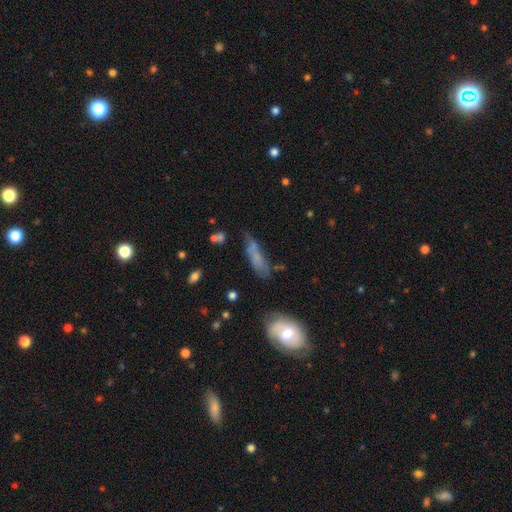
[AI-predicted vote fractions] Overall: smooth (59%; featured or disk 30%). How rounded: cigar-shaped (57%; in between 39%). Merging: none (46%; minor disturbance 28%).